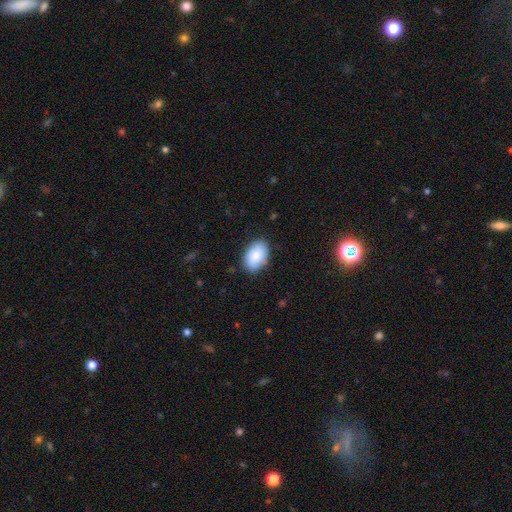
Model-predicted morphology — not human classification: smooth-or-featured: smooth: 88% | star or artifact: 6% | featured or disk: 6%
  how-rounded: in between: 89% | round: 10% | cigar-shaped: 1%
  merging: none: 85% | minor disturbance: 12% | major disturbance: 3% | merger: 1%